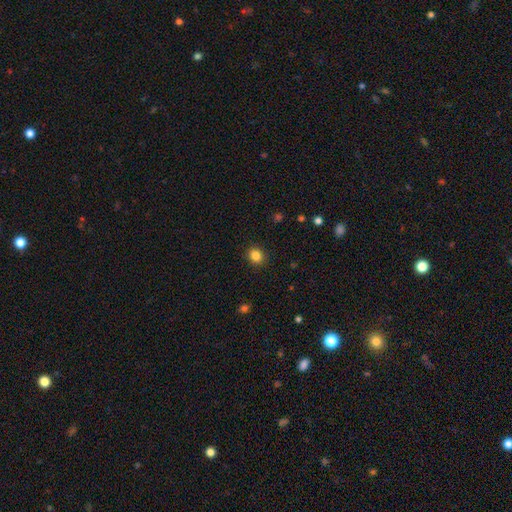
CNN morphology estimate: Smooth or featured: smooth — 85% (star or artifact — 11%)
How rounded: round — 70% (in between — 29%)
Merging: none — 90% (minor disturbance — 7%)